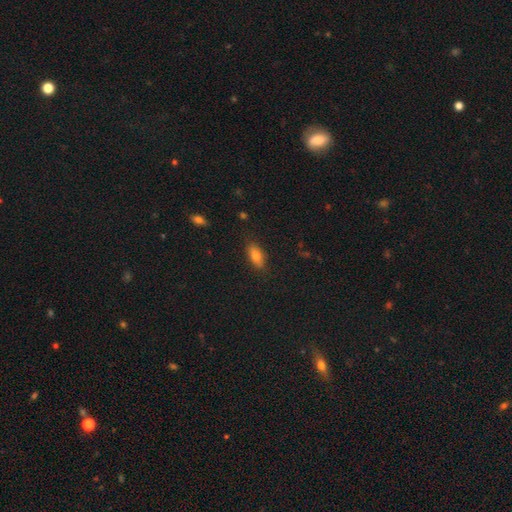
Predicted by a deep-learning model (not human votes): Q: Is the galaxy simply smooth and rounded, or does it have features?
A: smooth — 77%.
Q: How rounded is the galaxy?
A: in between — 81%.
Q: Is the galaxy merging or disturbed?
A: none — 83%.